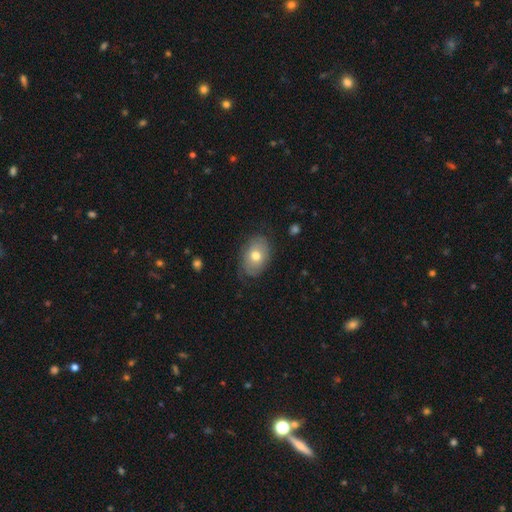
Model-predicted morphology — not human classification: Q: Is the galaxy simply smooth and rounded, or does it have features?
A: smooth — 62%.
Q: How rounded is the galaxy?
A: in between — 84%.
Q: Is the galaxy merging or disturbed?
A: none — 73%.